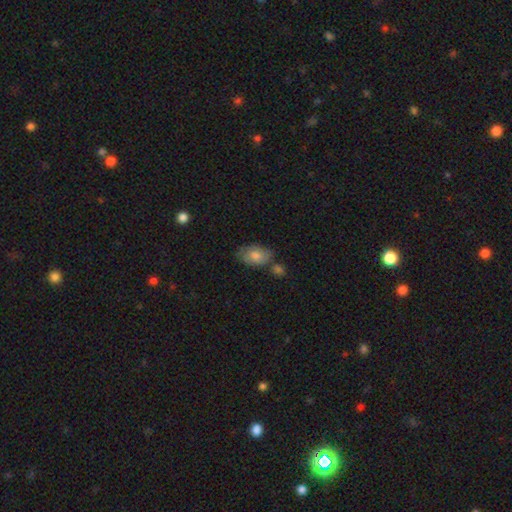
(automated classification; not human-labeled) Smooth or featured? smooth (74%)
How rounded? in between (89%)
Merging? none (59%)